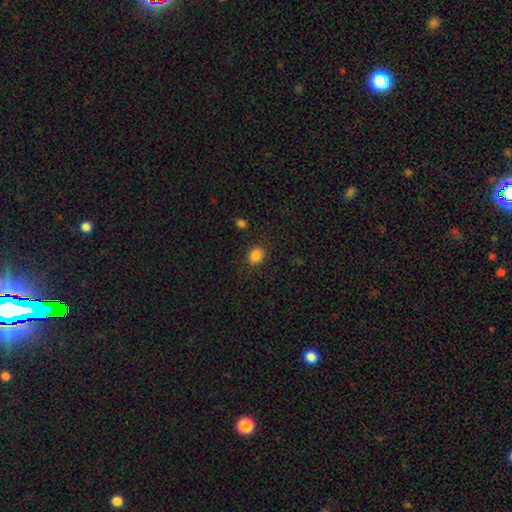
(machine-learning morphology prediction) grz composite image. It shows a smooth galaxy with no disk features (85%) that is round (66%). Merging: none (86%).